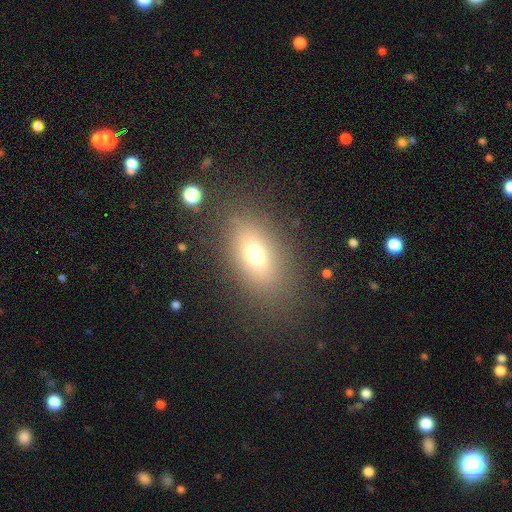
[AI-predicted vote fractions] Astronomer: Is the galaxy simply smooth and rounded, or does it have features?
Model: smooth — 68%.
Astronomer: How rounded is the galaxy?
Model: in between — 78%.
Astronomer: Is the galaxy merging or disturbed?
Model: none — 81%.